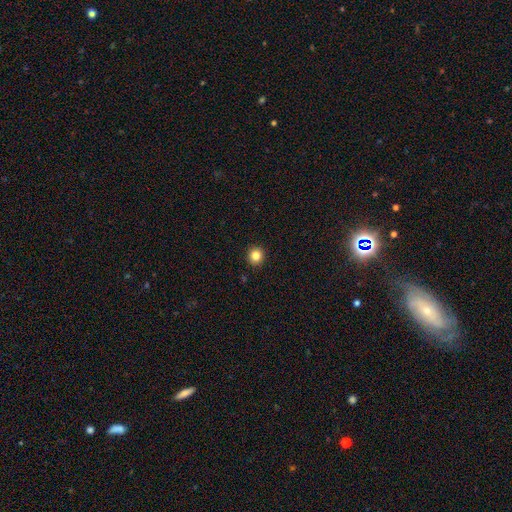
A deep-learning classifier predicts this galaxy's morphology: This appears to be a smooth galaxy with no disk features (83%) that is round (92%). Merging: none (93%).